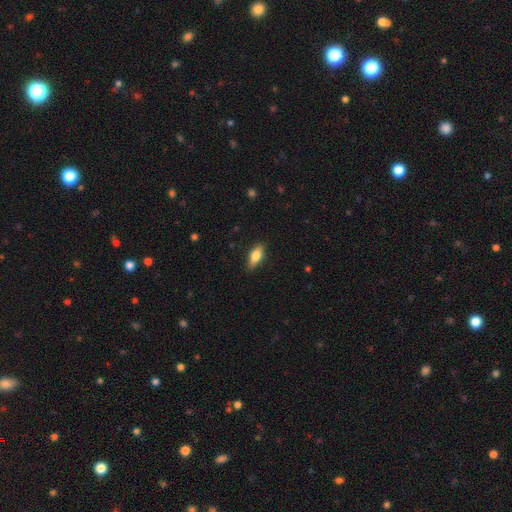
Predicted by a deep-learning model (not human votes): The model was most divided on "smooth or featured": smooth: 74%, featured or disk: 19%, star or artifact: 7%. More confident: merging — none (86%); how rounded — in between (77%).